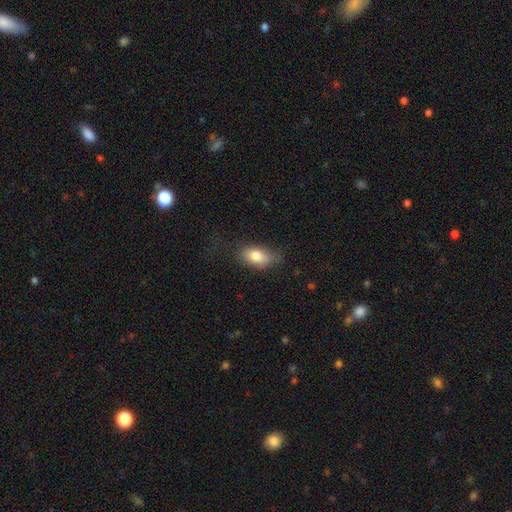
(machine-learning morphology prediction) A smooth galaxy with no disk features (79%) that is in between round and cigar-shaped (87%).

Vote fractions:
- Smooth or featured? smooth: 79% / featured or disk: 12% / star or artifact: 8%
- How rounded? in between: 87% / round: 9% / cigar-shaped: 4%
- Merging? none: 61% / minor disturbance: 27% / major disturbance: 10% / merger: 2%